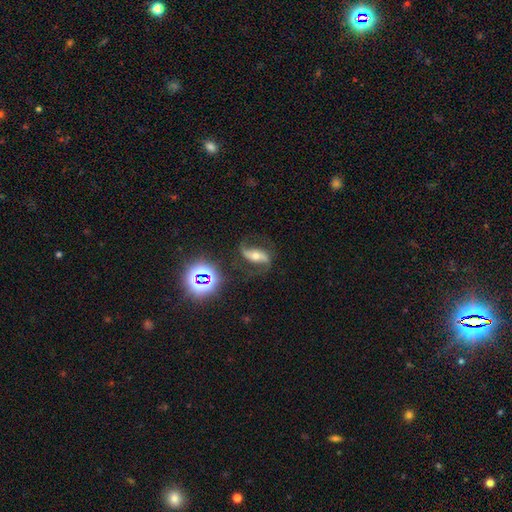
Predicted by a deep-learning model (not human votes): Smooth or featured?
  - featured or disk: 71% *
  - star or artifact: 15%
  - smooth: 15%
Edge-on disk?
  - no: 89% *
  - yes: 11%
Bar?
  - strong: 45% *
  - no: 33%
  - weak: 22%
Spiral arms?
  - yes: 90% *
  - no: 10%
Spiral winding?
  - loose: 67% *
  - medium: 25%
  - tight: 8%
Spiral arm count?
  - 2: 89% *
  - 1: 4%
  - can't tell: 3%
  - 3: 1%
  - 4: 1%
  - more than 4: 1%
Bulge size?
  - moderate: 60% *
  - small: 27%
  - large: 8%
  - dominant: 3%
  - none: 2%
Merging?
  - none: 72% *
  - minor disturbance: 16%
  - major disturbance: 10%
  - merger: 2%